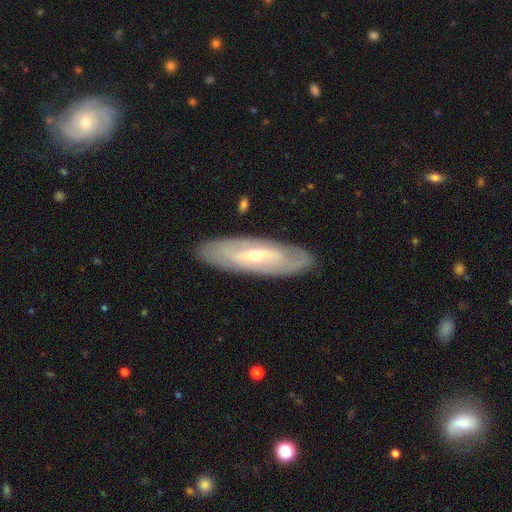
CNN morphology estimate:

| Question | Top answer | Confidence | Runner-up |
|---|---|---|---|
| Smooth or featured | featured or disk | 72% | smooth (22%) |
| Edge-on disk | no | 76% | yes (24%) |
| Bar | weak | 38% | strong (31%) |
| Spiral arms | yes | 64% | no (36%) |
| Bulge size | small | 58% | moderate (39%) |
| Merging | none | 86% | minor disturbance (10%) |